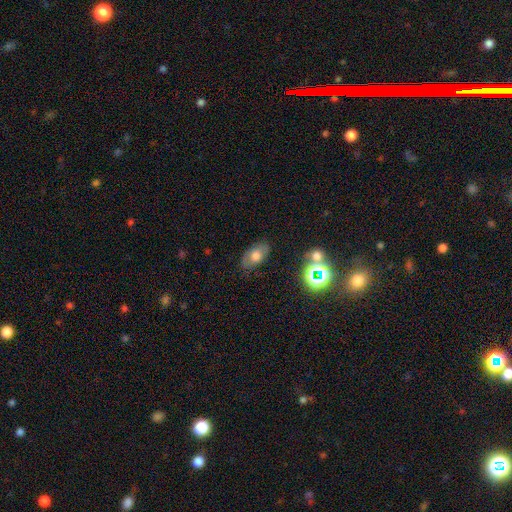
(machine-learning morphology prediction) A smooth galaxy with no disk features (62%) that is in between round and cigar-shaped (90%).

Vote fractions:
- Smooth or featured? smooth: 62% / featured or disk: 25% / star or artifact: 13%
- How rounded? in between: 90% / round: 8% / cigar-shaped: 2%
- Merging? none: 79% / minor disturbance: 14% / major disturbance: 4% / merger: 3%